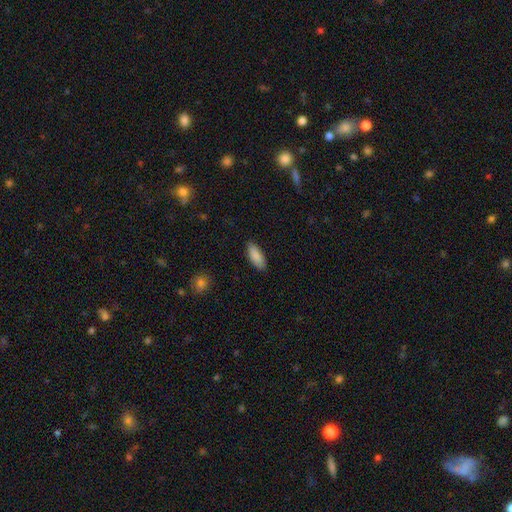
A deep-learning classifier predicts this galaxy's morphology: This is clearly a smooth galaxy (89%). How rounded: likely in between (78%). Merging: clearly none (85%).